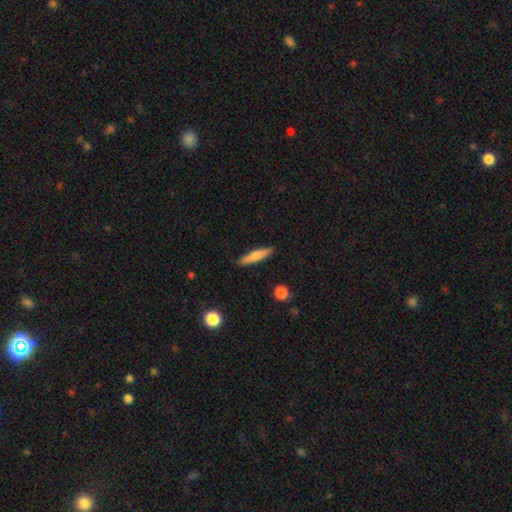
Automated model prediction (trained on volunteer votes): This appears to be a smooth galaxy with no disk features (63%) that is cigar-shaped (84%). Merging: none (89%).